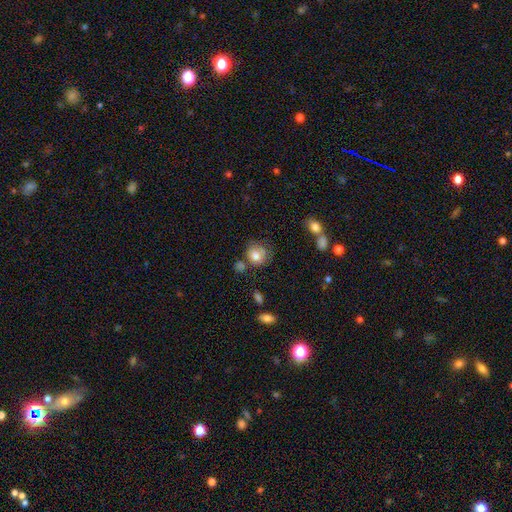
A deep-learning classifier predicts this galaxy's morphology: A smooth galaxy with no disk features (78%) that is round (75%). Merging: none (54%).